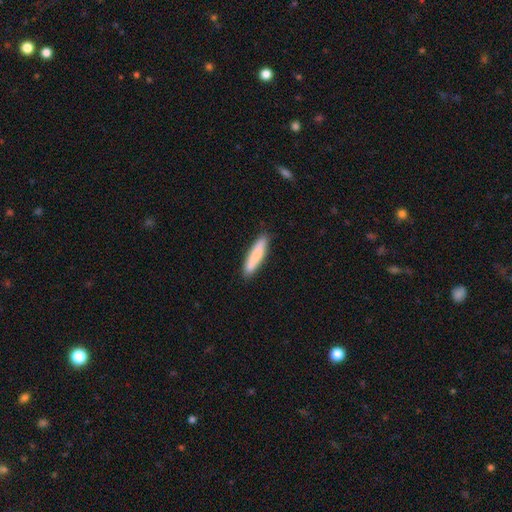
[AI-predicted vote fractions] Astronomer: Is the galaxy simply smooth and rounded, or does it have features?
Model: smooth — 81%.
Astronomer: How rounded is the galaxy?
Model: cigar-shaped — 83%.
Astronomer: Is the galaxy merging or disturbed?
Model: none — 86%.